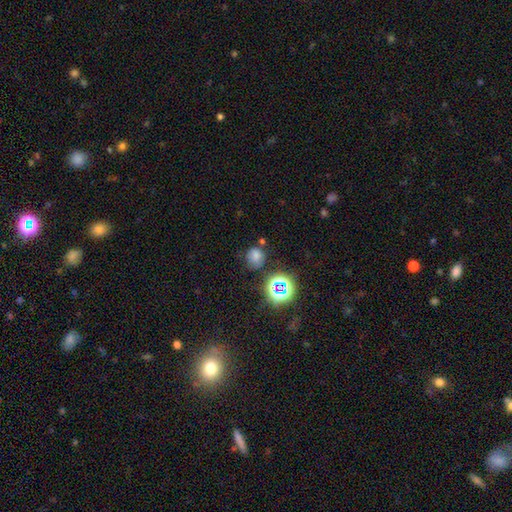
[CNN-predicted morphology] Smooth or featured? Predicted: smooth (p=0.67). How rounded? Predicted: round (p=0.79). Merging? Predicted: none (p=0.68).